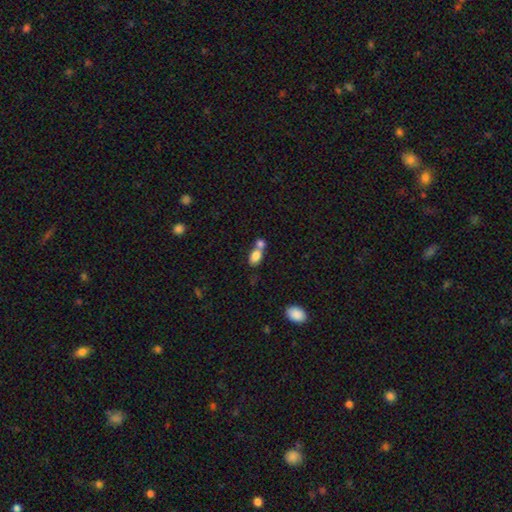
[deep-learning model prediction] Smooth or featured? Predicted: smooth (p=0.81). How rounded? Predicted: in between (p=0.84). Merging? Predicted: merger (p=0.59).